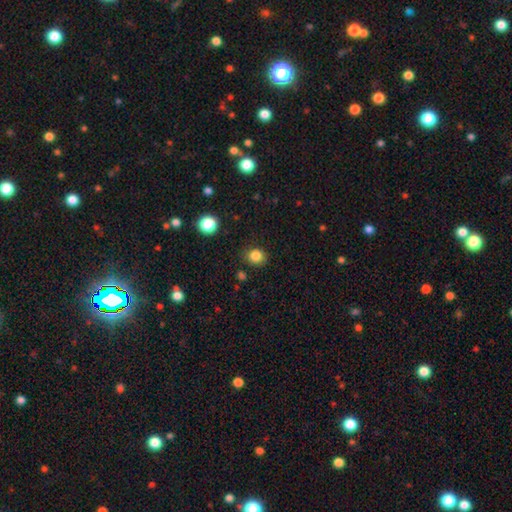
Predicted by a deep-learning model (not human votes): Smooth or featured? Predicted: smooth (p=0.83). How rounded? Predicted: round (p=0.73). Merging? Predicted: none (p=0.83).